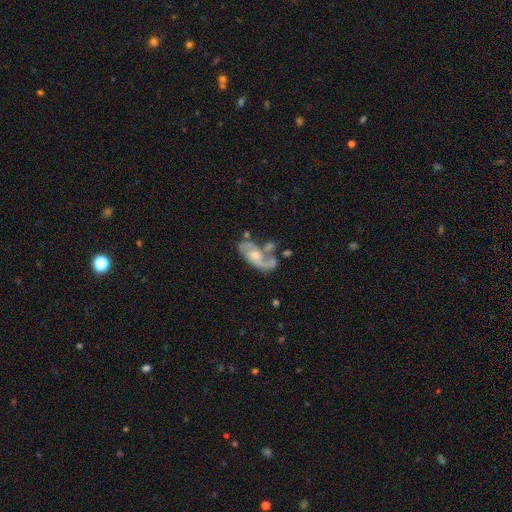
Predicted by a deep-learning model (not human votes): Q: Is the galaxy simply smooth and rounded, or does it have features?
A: featured or disk — 81%.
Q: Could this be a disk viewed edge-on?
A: no — 96%.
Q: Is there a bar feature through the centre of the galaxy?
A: no — 61%.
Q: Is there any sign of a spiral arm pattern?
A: yes — 92%.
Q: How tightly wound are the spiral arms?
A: loose — 45%.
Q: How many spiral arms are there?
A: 2 — 80%.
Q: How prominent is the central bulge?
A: moderate — 52%.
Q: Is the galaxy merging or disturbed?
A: none — 40%.